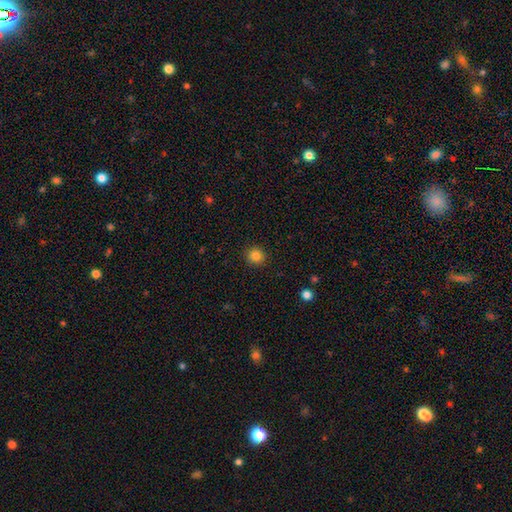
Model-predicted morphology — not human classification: A smooth galaxy with no disk features (84%) that is round (91%). Merging: none (91%).